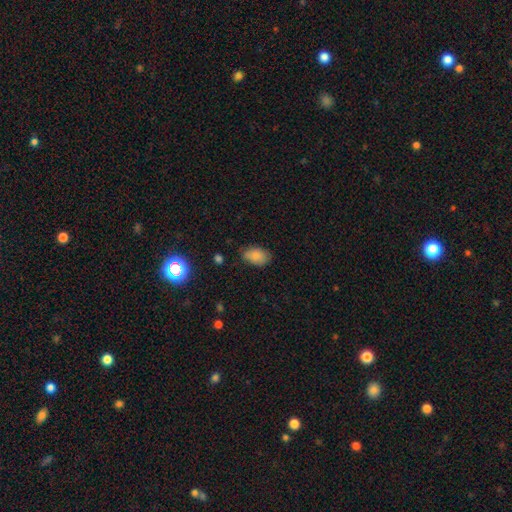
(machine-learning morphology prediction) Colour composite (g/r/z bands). It shows a smooth galaxy with no disk features (83%) that is in between round and cigar-shaped (90%). Merging: none (74%).